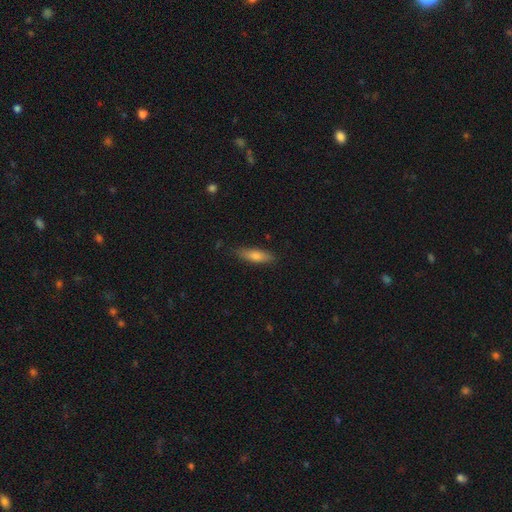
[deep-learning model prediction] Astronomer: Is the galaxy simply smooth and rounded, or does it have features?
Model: smooth — 70%.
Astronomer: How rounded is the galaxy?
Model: cigar-shaped — 63%.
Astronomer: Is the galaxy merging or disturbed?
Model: none — 82%.